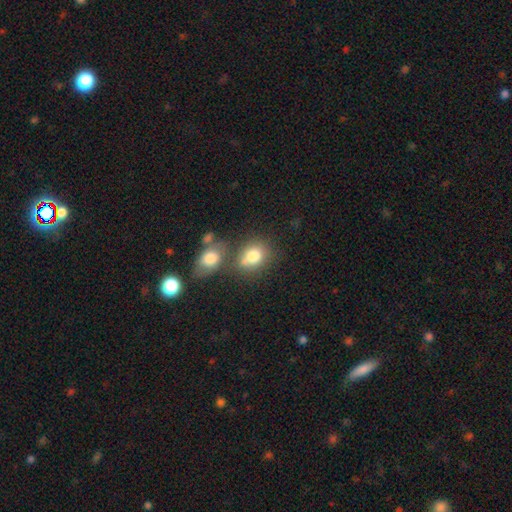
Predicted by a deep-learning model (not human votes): A smooth galaxy with no disk features (79%) that is round (50%).

Vote fractions:
- Smooth or featured? smooth: 79% / featured or disk: 11% / star or artifact: 10%
- How rounded? round: 50% / in between: 48% / cigar-shaped: 1%
- Merging? none: 47% / merger: 32% / minor disturbance: 14% / major disturbance: 6%